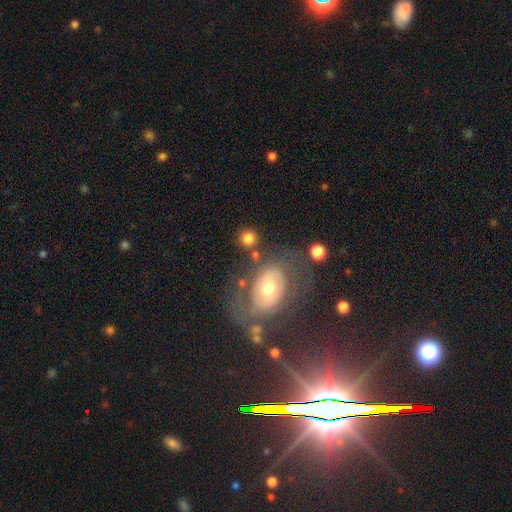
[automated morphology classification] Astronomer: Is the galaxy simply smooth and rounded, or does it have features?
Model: featured or disk — 42% (runner-up: star or artifact, 36%).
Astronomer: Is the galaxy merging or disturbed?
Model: none — 64%.